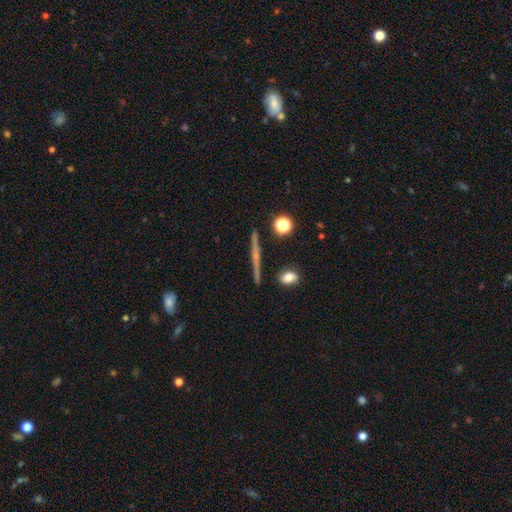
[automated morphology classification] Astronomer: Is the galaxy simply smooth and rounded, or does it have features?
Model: featured or disk — 68%.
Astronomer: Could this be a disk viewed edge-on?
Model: yes — 97%.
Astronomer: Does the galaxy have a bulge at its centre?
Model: rounded — 56% (runner-up: none, 36%).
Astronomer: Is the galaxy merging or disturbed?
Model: none — 89%.